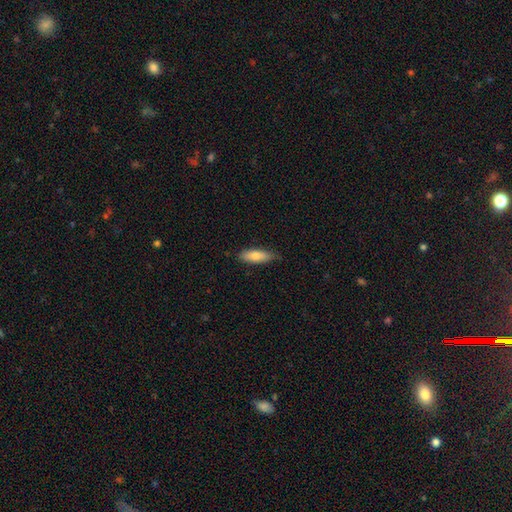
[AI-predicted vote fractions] smooth_or_featured: smooth (p=0.78) [alt: featured or disk p=0.16]
how_rounded: in between (p=0.58) [alt: cigar-shaped p=0.40]
merging: none (p=0.79) [alt: minor disturbance p=0.17]